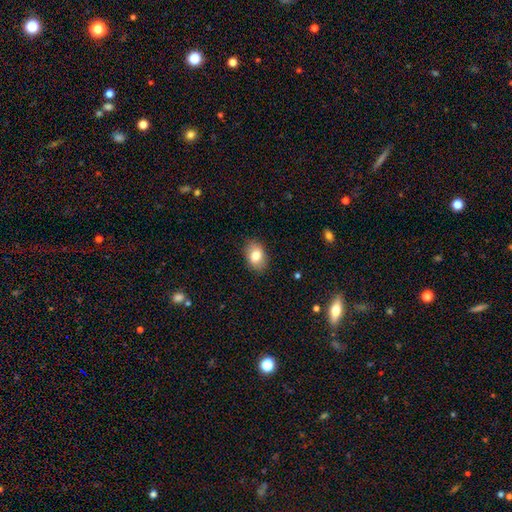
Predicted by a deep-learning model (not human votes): The model was most divided on "how rounded": in between: 79%, round: 19%, cigar-shaped: 1%. More confident: merging — none (86%); smooth or featured — smooth (81%).